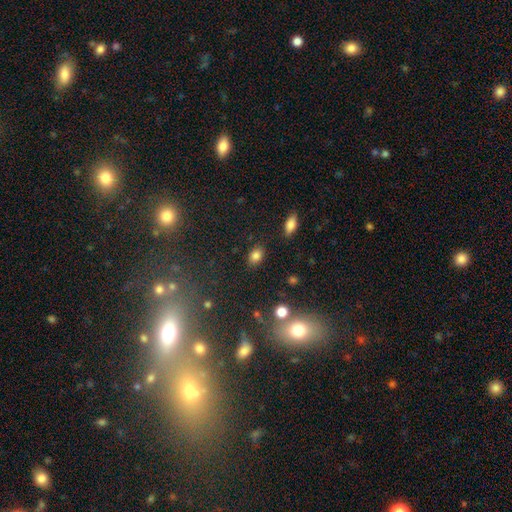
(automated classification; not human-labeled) Smooth or featured? Predicted: smooth (p=0.83). How rounded? Predicted: in between (p=0.79). Merging? Predicted: none (p=0.85).